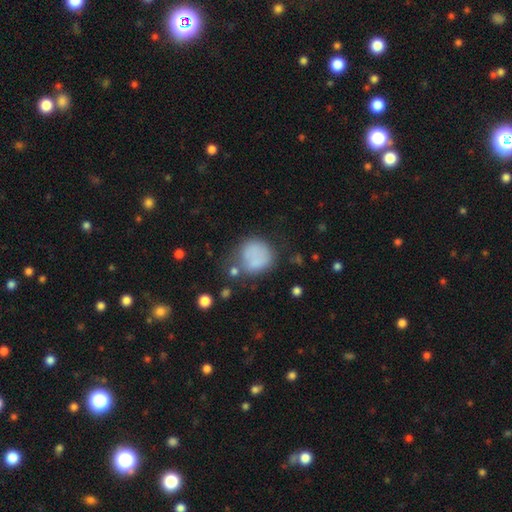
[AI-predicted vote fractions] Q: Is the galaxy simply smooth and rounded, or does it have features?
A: smooth — 76%.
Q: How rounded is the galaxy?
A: round — 83%.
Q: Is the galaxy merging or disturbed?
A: none — 53%.